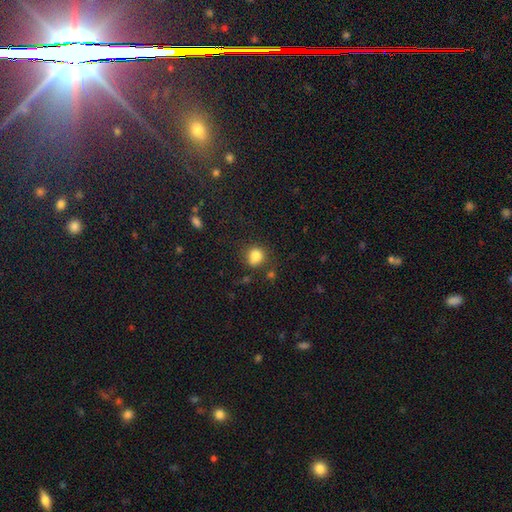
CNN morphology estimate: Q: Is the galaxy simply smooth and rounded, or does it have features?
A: smooth — 81%.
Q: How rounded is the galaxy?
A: round — 81%.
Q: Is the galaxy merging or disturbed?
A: none — 69%.